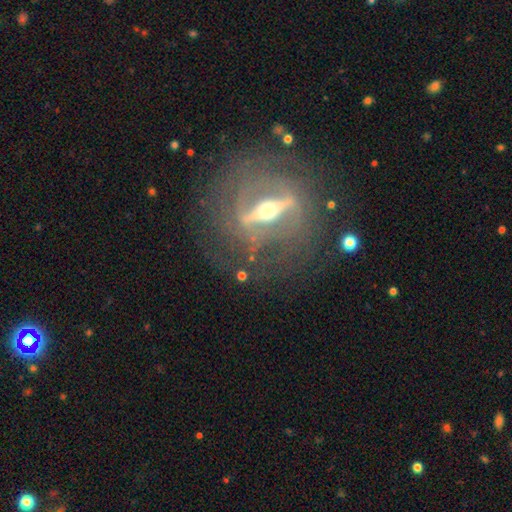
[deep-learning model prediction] Smooth or featured? featured or disk (86%)
Edge-on disk? yes (52%)
Merging? none (76%)